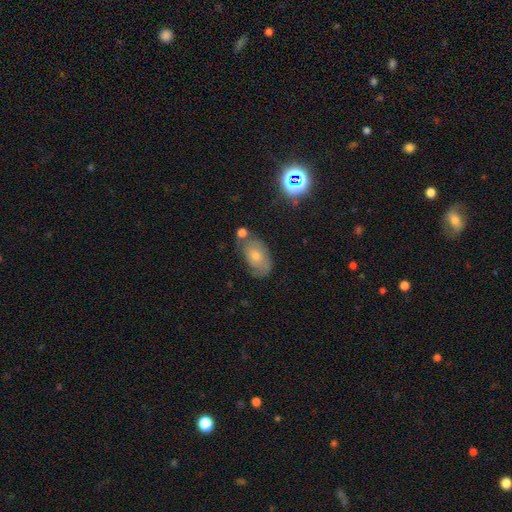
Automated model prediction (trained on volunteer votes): Smooth or featured?
  - smooth: 52% *
  - featured or disk: 36%
  - star or artifact: 12%
How rounded?
  - in between: 88% *
  - round: 11%
  - cigar-shaped: 2%
Merging?
  - none: 51% *
  - minor disturbance: 26%
  - merger: 13%
  - major disturbance: 10%